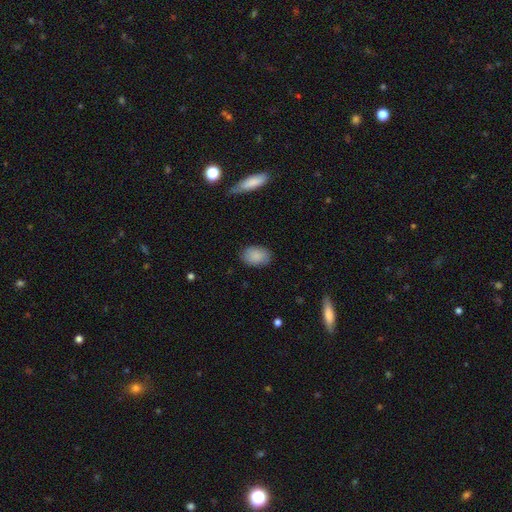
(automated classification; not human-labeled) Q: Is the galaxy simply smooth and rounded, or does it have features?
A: smooth — 85%.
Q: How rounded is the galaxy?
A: in between — 81%.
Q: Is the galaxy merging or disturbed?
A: none — 84%.